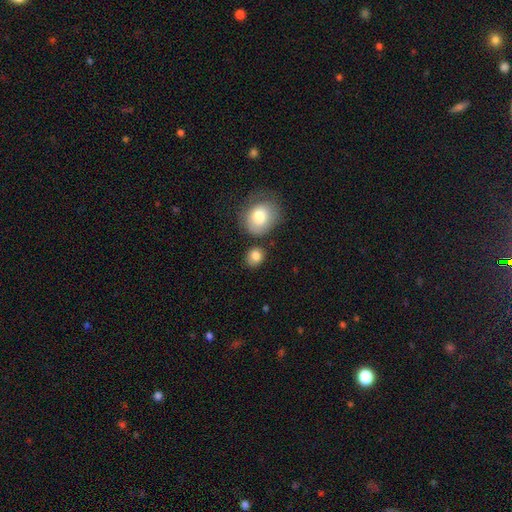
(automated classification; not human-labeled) A smooth galaxy with no disk features (83%) that is round (60%).

Vote fractions:
- Smooth or featured? smooth: 83% / star or artifact: 9% / featured or disk: 8%
- How rounded? round: 60% / in between: 39% / cigar-shaped: 1%
- Merging? none: 72% / minor disturbance: 13% / merger: 11% / major disturbance: 4%